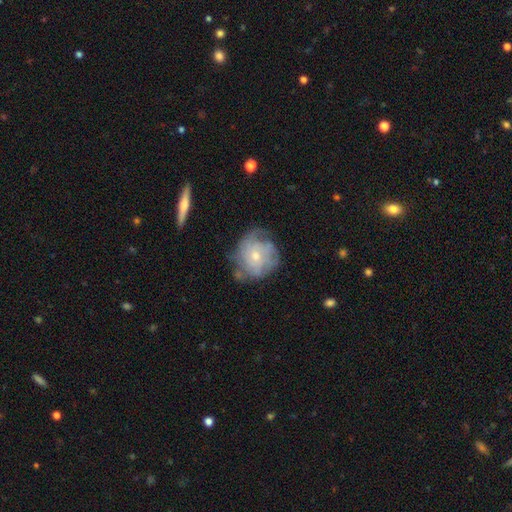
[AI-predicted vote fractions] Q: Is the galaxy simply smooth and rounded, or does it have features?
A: featured or disk — 55%.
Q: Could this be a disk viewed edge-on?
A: no — 96%.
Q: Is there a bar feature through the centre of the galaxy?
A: no — 83%.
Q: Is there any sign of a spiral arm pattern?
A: yes — 64%.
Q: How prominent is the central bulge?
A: small — 56%.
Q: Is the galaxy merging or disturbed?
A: none — 56%.